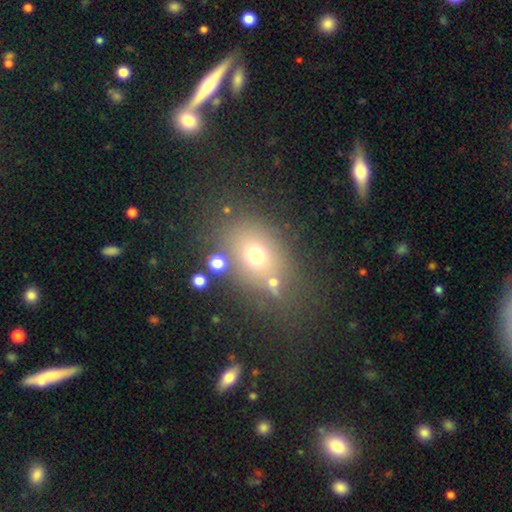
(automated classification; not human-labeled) A smooth galaxy with no disk features (66%) that is in between round and cigar-shaped (56%). Merging: none (67%).